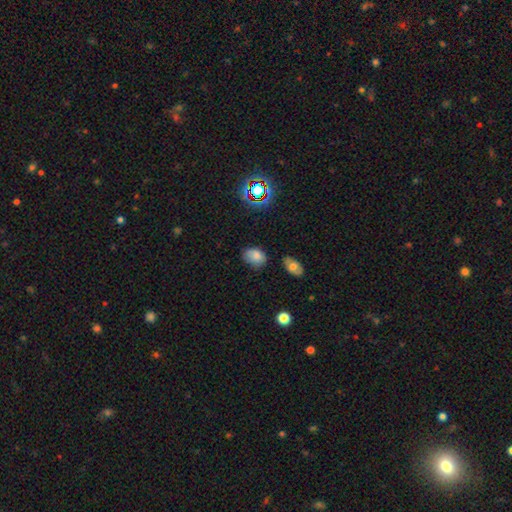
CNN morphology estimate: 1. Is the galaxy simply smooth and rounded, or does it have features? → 75% smooth, 14% star or artifact, 10% featured or disk.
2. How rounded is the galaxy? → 77% in between, 22% round, 1% cigar-shaped.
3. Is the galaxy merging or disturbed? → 62% none, 27% minor disturbance, 7% major disturbance, 4% merger.